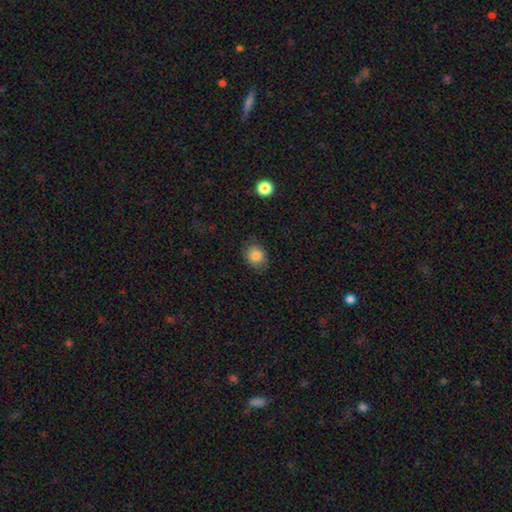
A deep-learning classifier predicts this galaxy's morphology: A smooth galaxy with no disk features (83%) that is round (62%).

Vote fractions:
- Smooth or featured? smooth: 83% / star or artifact: 10% / featured or disk: 7%
- How rounded? round: 62% / in between: 37% / cigar-shaped: 1%
- Merging? none: 80% / minor disturbance: 15% / major disturbance: 4% / merger: 1%